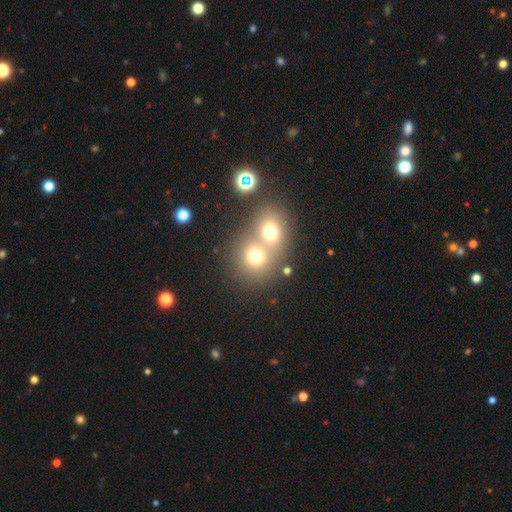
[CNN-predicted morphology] Smooth or featured: smooth — 70% (star or artifact — 16%)
How rounded: round — 78% (in between — 21%)
Merging: merger — 55% (none — 36%)